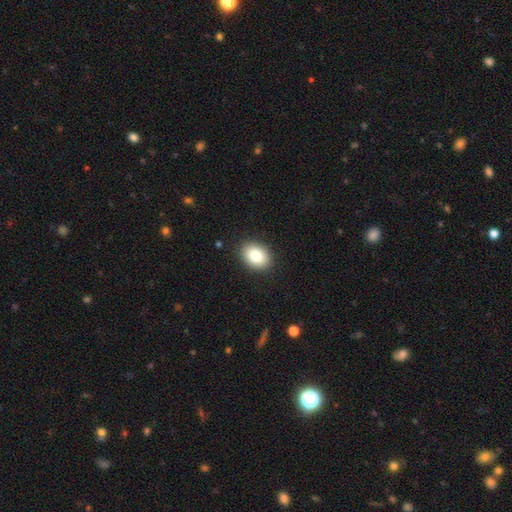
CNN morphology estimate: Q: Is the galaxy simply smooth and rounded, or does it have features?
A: smooth — 84%.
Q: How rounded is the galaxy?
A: in between — 67%.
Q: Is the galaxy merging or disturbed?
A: none — 90%.